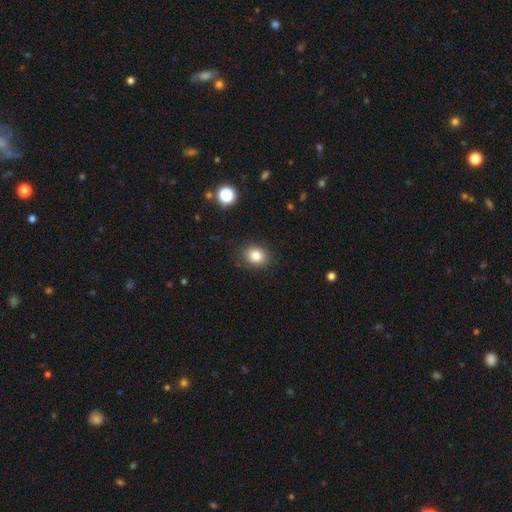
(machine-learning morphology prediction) Smooth or featured: smooth — 83% (star or artifact — 11%)
How rounded: round — 55% (in between — 44%)
Merging: none — 85% (minor disturbance — 11%)